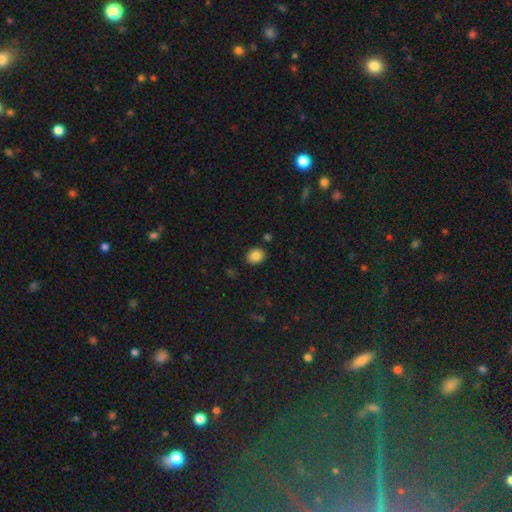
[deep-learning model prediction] Smooth or featured?
  - smooth: 85% *
  - star or artifact: 9%
  - featured or disk: 6%
How rounded?
  - round: 59% *
  - in between: 40%
  - cigar-shaped: 1%
Merging?
  - none: 87% *
  - minor disturbance: 9%
  - merger: 3%
  - major disturbance: 2%